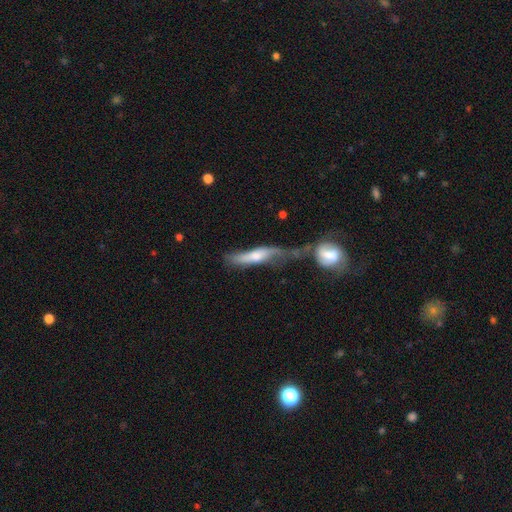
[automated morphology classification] Overall: featured or disk (56%; smooth 35%). Edge-on disk: yes (63%; no 37%). Merging: merger (36%; none 31%).